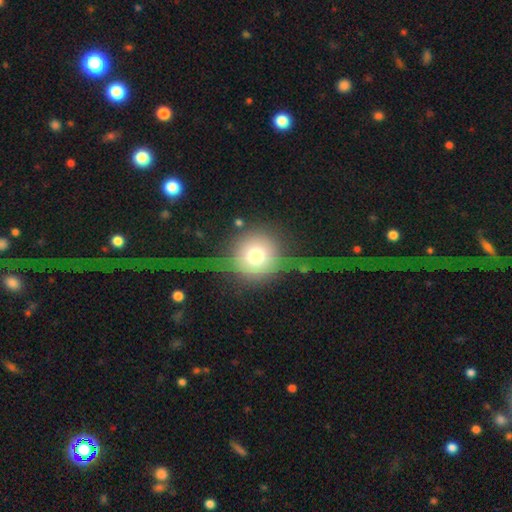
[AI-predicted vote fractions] Smooth or featured? Predicted: smooth (p=0.65). How rounded? Predicted: round (p=0.92). Merging? Predicted: none (p=0.54).